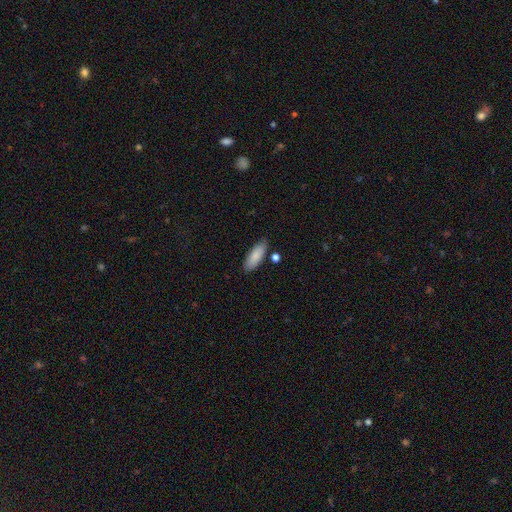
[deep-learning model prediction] A smooth galaxy with no disk features (87%) that is in between round and cigar-shaped (72%). Merging: none (80%).